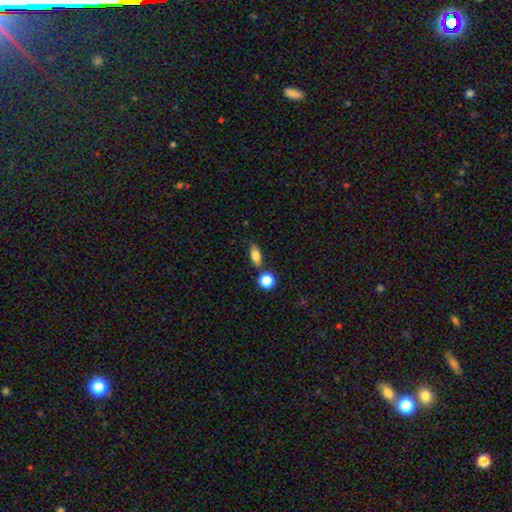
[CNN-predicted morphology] A smooth galaxy with no disk features (79%) that is in between round and cigar-shaped (77%).

Vote fractions:
- Smooth or featured? smooth: 79% / featured or disk: 12% / star or artifact: 9%
- How rounded? in between: 77% / cigar-shaped: 14% / round: 10%
- Merging? none: 76% / minor disturbance: 12% / merger: 9% / major disturbance: 3%